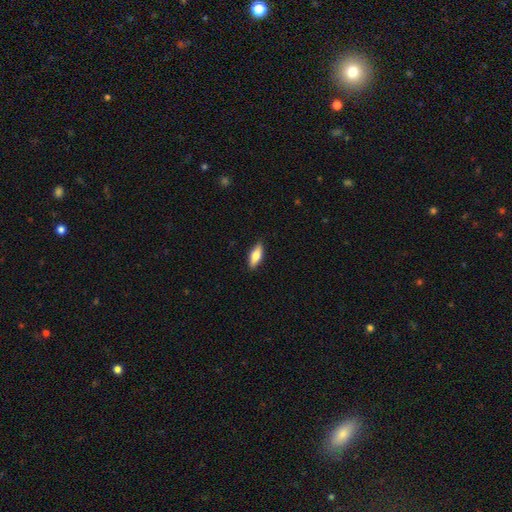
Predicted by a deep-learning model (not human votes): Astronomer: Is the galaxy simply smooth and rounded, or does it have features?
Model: smooth — 69%.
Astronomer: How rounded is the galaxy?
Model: in between — 66%.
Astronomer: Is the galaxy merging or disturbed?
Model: none — 88%.